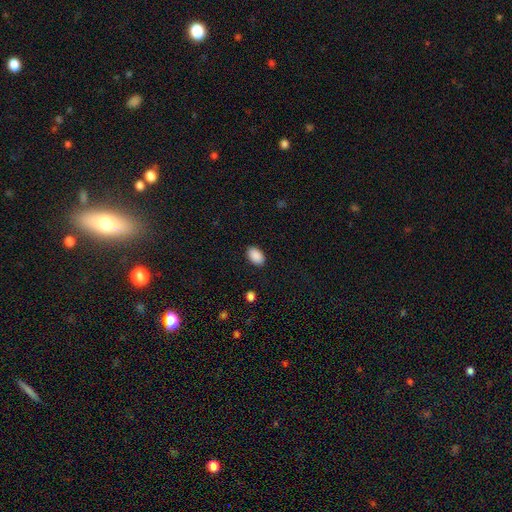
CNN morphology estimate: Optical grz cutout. It shows a smooth galaxy with no disk features (90%) that is in between round and cigar-shaped (91%). Merging: none (89%).